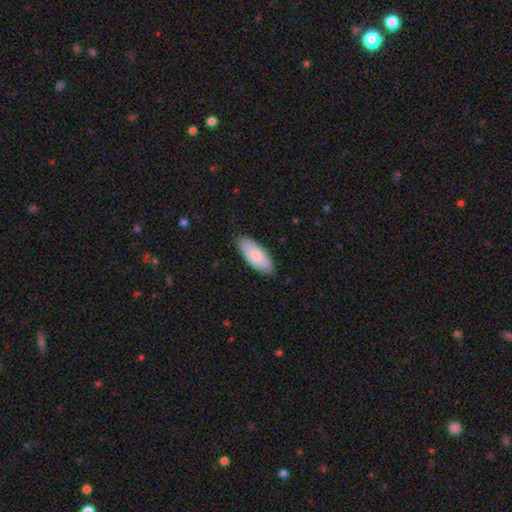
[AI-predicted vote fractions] Smooth or featured? smooth (82%)
How rounded? in between (85%)
Merging? none (85%)